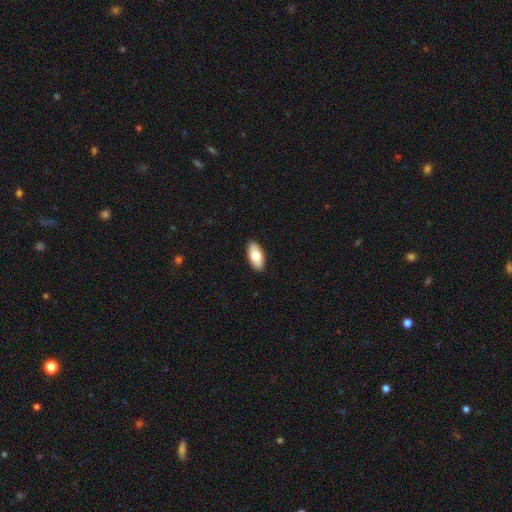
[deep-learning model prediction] This appears to be a smooth galaxy with no disk features (81%) that is in between round and cigar-shaped (90%). Merging: none (91%).